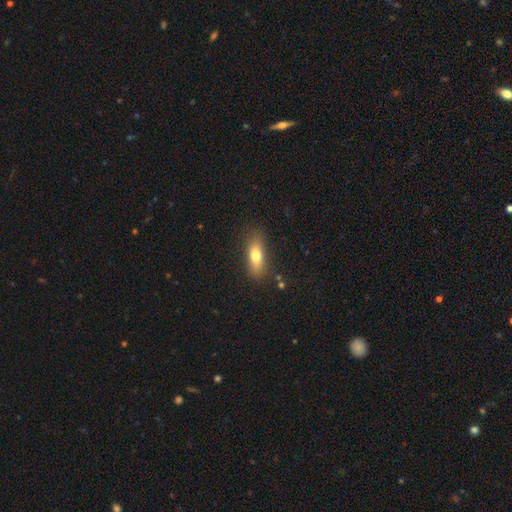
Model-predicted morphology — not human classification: Smooth or featured?
  - smooth: 76% *
  - featured or disk: 16%
  - star or artifact: 8%
How rounded?
  - in between: 69% *
  - cigar-shaped: 26%
  - round: 4%
Merging?
  - none: 79% *
  - minor disturbance: 15%
  - major disturbance: 4%
  - merger: 2%